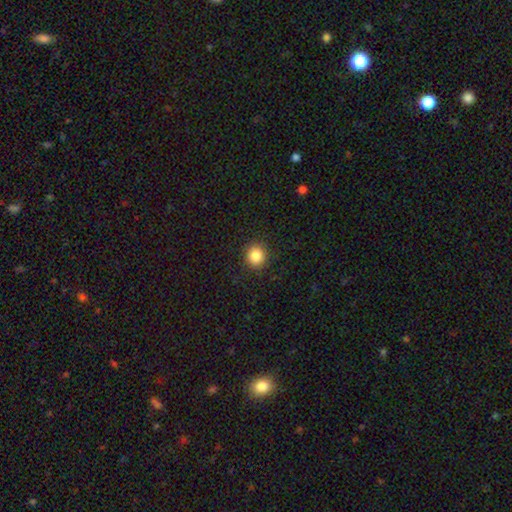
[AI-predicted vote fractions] This is clearly a smooth galaxy (85%). How rounded: clearly round (90%). Merging: clearly none (91%).